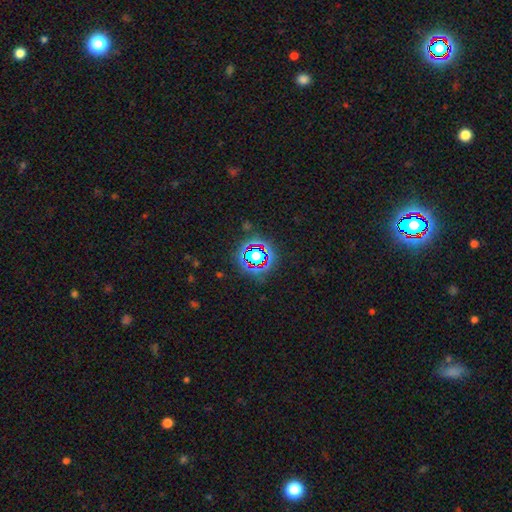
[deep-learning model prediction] Smooth or featured? Predicted: star or artifact (p=0.64).